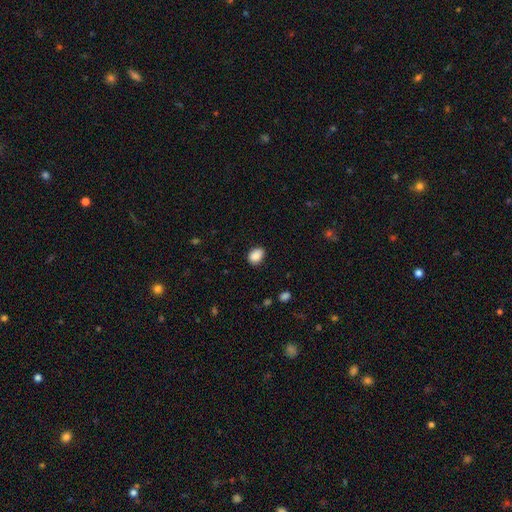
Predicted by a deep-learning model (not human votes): A smooth galaxy with no disk features (88%) that is in between round and cigar-shaped (69%).

Vote fractions:
- Smooth or featured? smooth: 88% / star or artifact: 8% / featured or disk: 4%
- How rounded? in between: 69% / round: 30% / cigar-shaped: 1%
- Merging? none: 84% / minor disturbance: 12% / major disturbance: 3% / merger: 1%